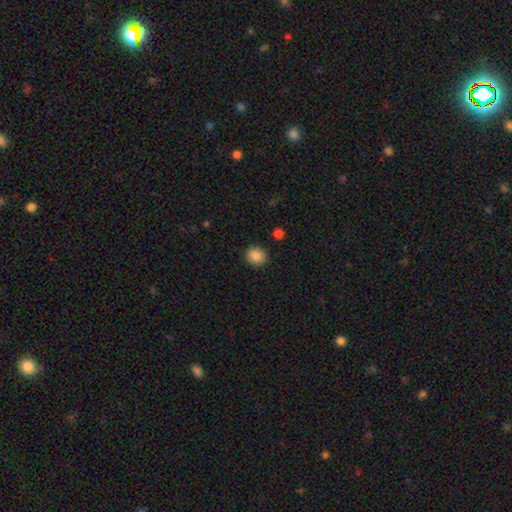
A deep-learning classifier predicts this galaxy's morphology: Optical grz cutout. It shows a smooth galaxy with no disk features (87%) that is round (84%). Merging: none (90%).